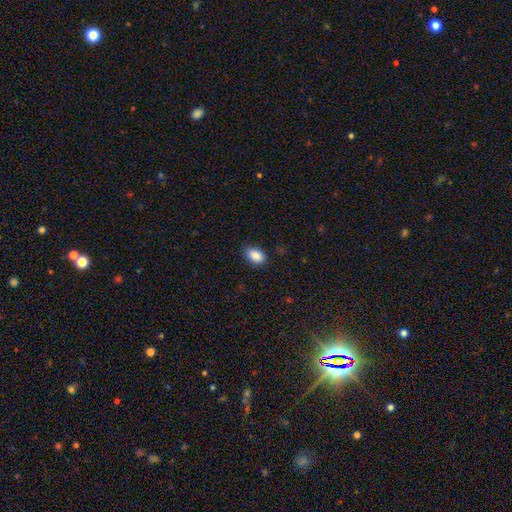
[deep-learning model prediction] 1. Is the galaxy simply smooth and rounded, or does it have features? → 88% smooth, 8% star or artifact, 4% featured or disk.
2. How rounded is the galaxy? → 87% in between, 11% round, 1% cigar-shaped.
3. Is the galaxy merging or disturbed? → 79% none, 17% minor disturbance, 3% major disturbance, 1% merger.